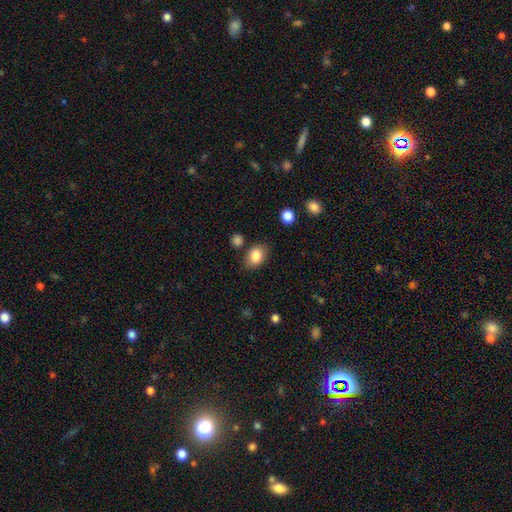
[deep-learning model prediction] This appears to be a smooth galaxy with no disk features (85%) that is in between round and cigar-shaped (72%). Merging: none (77%).